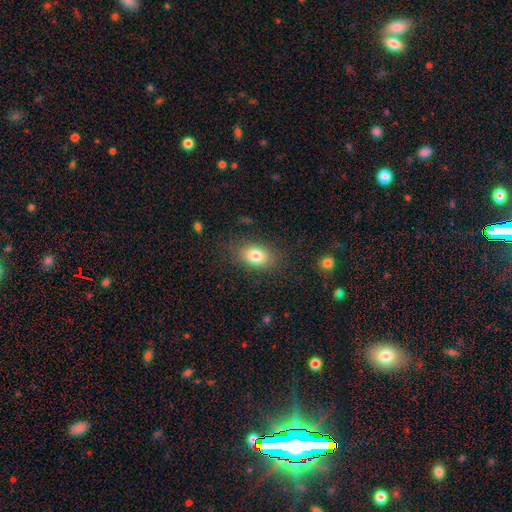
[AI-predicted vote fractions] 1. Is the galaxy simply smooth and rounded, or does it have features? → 79% smooth, 12% featured or disk, 9% star or artifact.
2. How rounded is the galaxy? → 81% in between, 17% round, 1% cigar-shaped.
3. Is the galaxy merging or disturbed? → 81% none, 13% minor disturbance, 5% major disturbance, 1% merger.